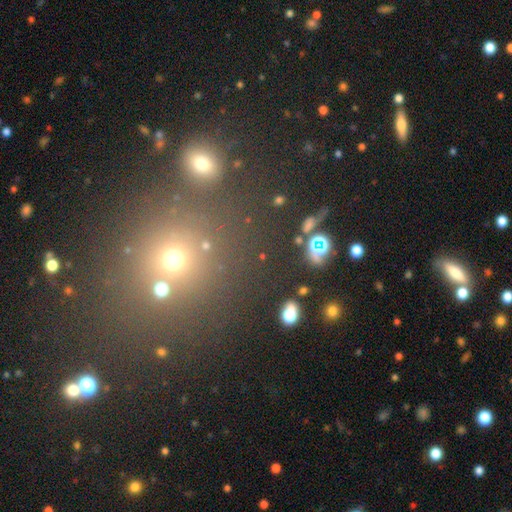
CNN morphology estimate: The model was most divided on "smooth or featured": star or artifact: 54%, smooth: 36%, featured or disk: 9%.